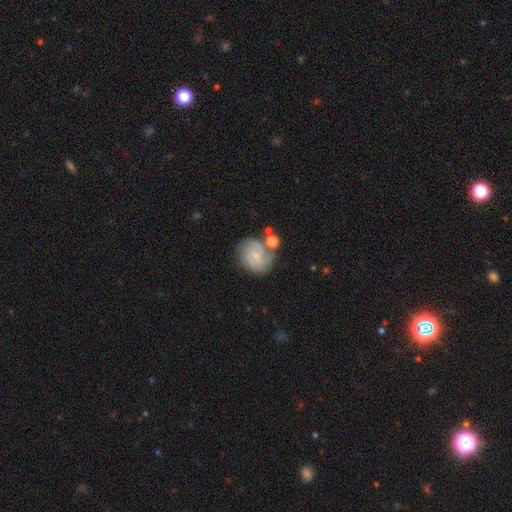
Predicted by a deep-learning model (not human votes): This is likely a featured or disk galaxy (69%). It is clearly not viewed edge-on (98%). Bar: possibly no (57%). Spiral arm pattern: clearly yes (92%). Spiral arm count: possibly 2 (52%). Spiral winding: possibly tight (48%). Central bulge: likely small (78%). Merging: likely none (61%).